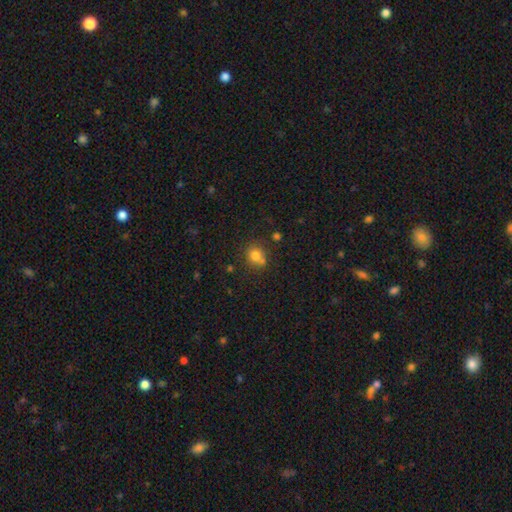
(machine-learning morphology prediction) smooth-or-featured: smooth: 76% | star or artifact: 13% | featured or disk: 10%
  how-rounded: round: 73% | in between: 26% | cigar-shaped: 1%
  merging: none: 61% | merger: 17% | minor disturbance: 17% | major disturbance: 5%